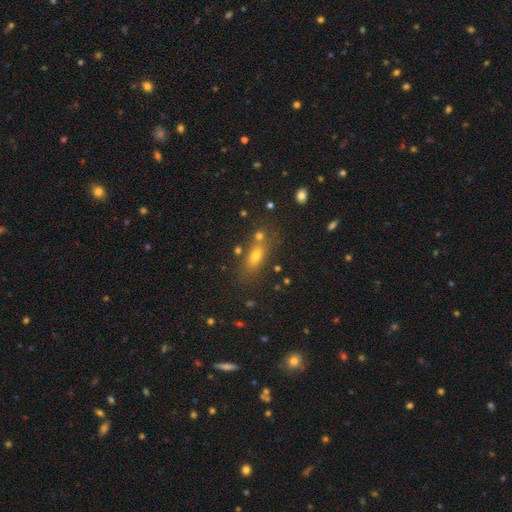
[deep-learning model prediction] smooth-or-featured: smooth: 66% | star or artifact: 17% | featured or disk: 17%
  how-rounded: in between: 68% | cigar-shaped: 19% | round: 12%
  merging: none: 66% | merger: 17% | minor disturbance: 12% | major disturbance: 5%